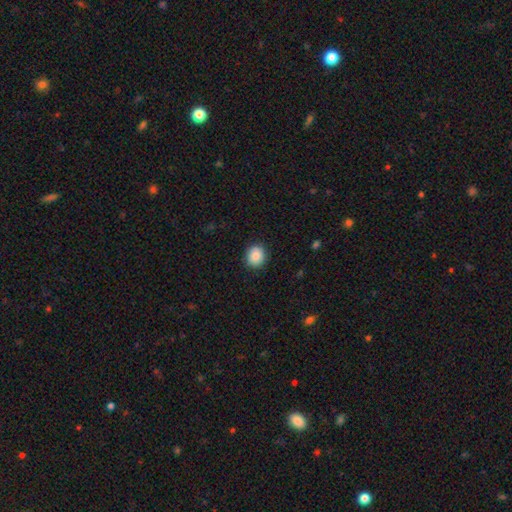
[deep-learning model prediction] This is clearly a smooth galaxy (87%). How rounded: clearly round (84%). Merging: clearly none (90%).